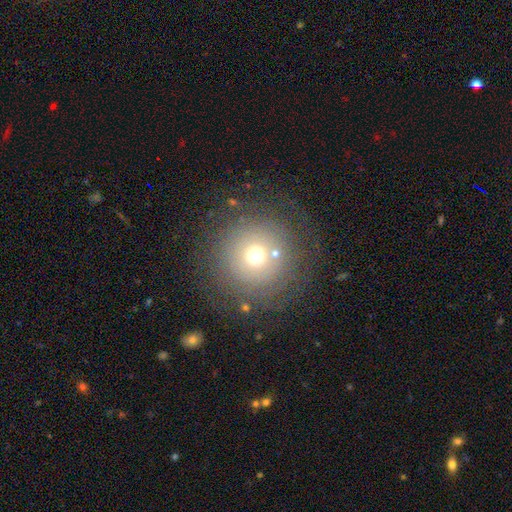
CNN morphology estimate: Smooth or featured?
  - smooth: 56% *
  - featured or disk: 28%
  - star or artifact: 17%
How rounded?
  - round: 95% *
  - in between: 4%
  - cigar-shaped: 1%
Merging?
  - none: 77% *
  - minor disturbance: 11%
  - major disturbance: 8%
  - merger: 3%